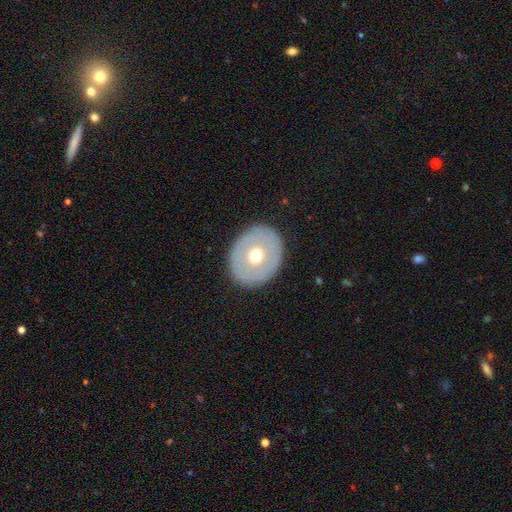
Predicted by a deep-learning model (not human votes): A smooth galaxy with no disk features (50%) that is round (56%).

Vote fractions:
- Smooth or featured? smooth: 50% / featured or disk: 43% / star or artifact: 6%
- How rounded? round: 56% / in between: 43% / cigar-shaped: 1%
- Merging? none: 87% / minor disturbance: 9% / major disturbance: 3% / merger: 1%